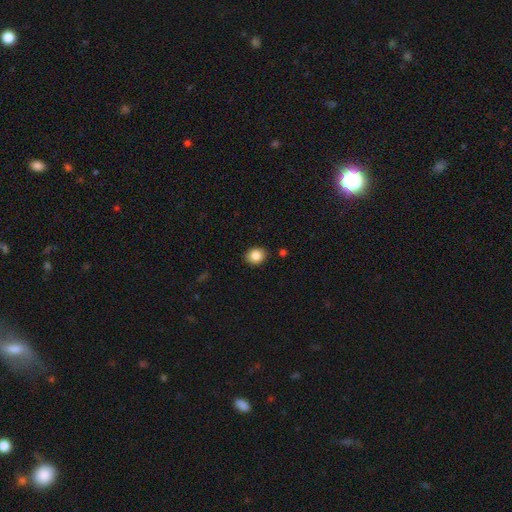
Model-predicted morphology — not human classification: Smooth or featured? smooth (85%)
How rounded? round (65%)
Merging? none (90%)